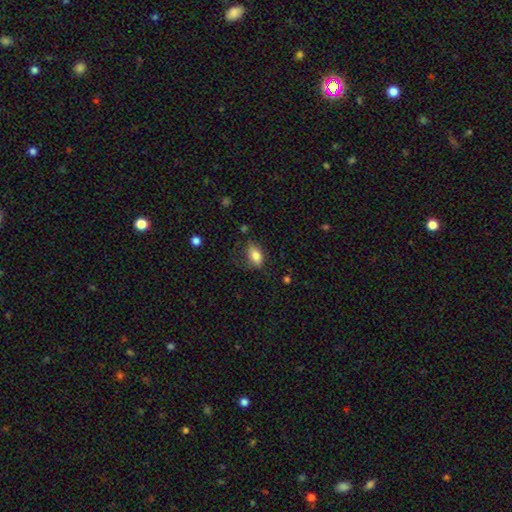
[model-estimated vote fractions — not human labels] Q: Smooth or featured?
A: smooth (82%); runner-up: featured or disk (10%)
Q: How rounded?
A: in between (89%); runner-up: round (7%)
Q: Merging?
A: none (65%); runner-up: minor disturbance (24%)